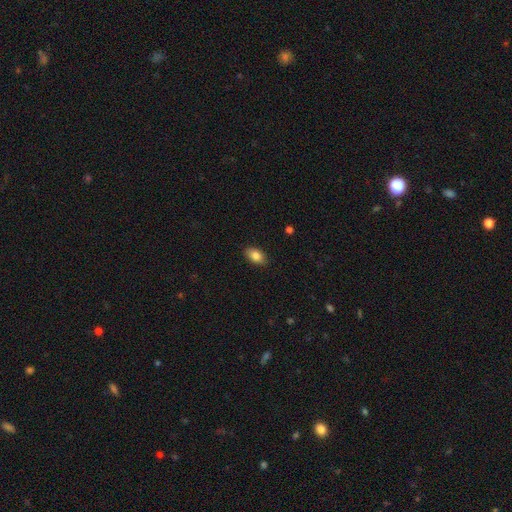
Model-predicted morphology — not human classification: A smooth galaxy with no disk features (84%) that is in between round and cigar-shaped (90%).

Vote fractions:
- Smooth or featured? smooth: 84% / featured or disk: 8% / star or artifact: 8%
- How rounded? in between: 90% / round: 8% / cigar-shaped: 2%
- Merging? none: 88% / minor disturbance: 9% / major disturbance: 2% / merger: 1%